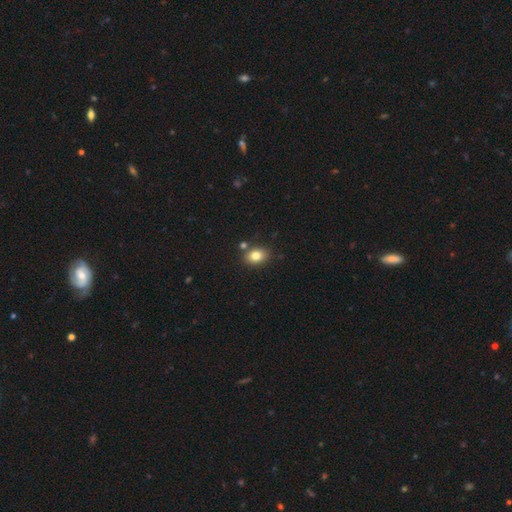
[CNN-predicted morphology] The model was most divided on "how rounded": in between: 69%, round: 30%, cigar-shaped: 1%. More confident: smooth or featured — smooth (81%); merging — none (79%).